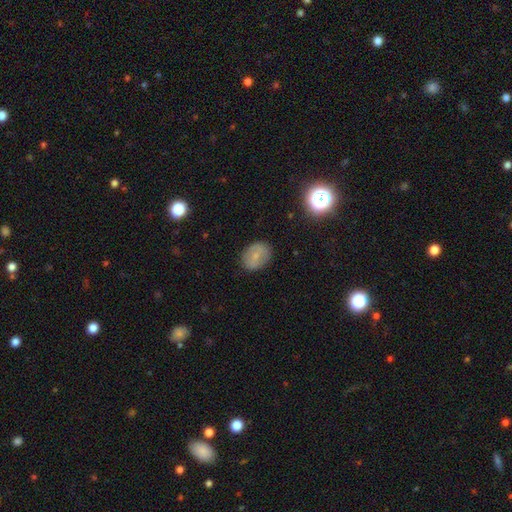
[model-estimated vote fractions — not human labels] Smooth or featured?
  - smooth: 63% *
  - featured or disk: 25%
  - star or artifact: 11%
How rounded?
  - in between: 56% *
  - round: 42%
  - cigar-shaped: 1%
Merging?
  - none: 82% *
  - minor disturbance: 13%
  - major disturbance: 4%
  - merger: 1%